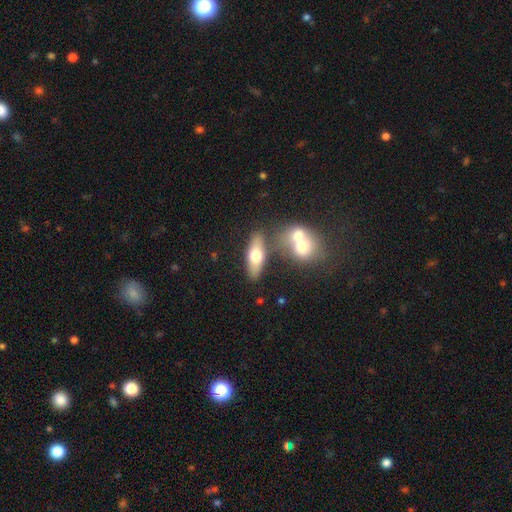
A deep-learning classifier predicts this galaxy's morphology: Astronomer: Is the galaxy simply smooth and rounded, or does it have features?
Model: smooth — 60%.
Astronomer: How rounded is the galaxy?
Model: in between — 65%.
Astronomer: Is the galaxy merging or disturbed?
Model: none — 62%.